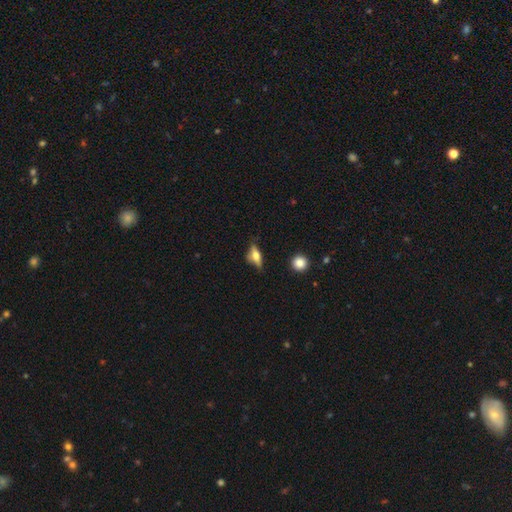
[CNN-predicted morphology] The model was most divided on "smooth or featured": featured or disk: 47%, smooth: 45%, star or artifact: 9%. More confident: merging — none (69%).